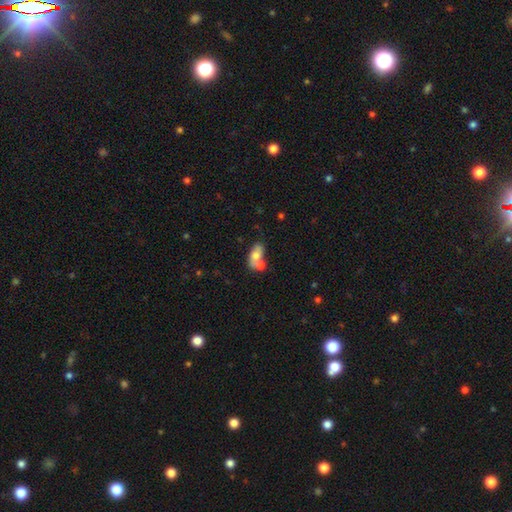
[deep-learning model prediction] This is likely a smooth galaxy (66%). How rounded: clearly in between (87%). Merging: possibly merger (51%).